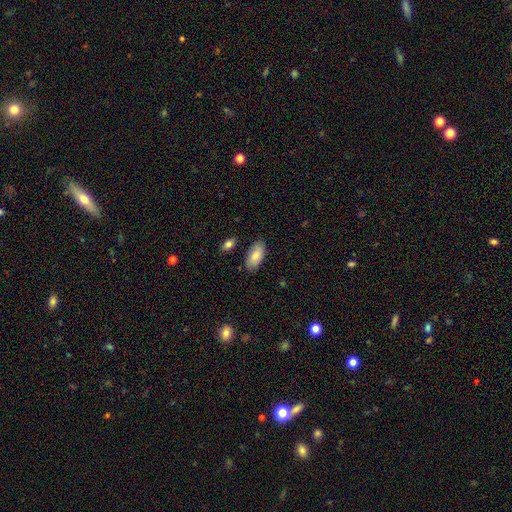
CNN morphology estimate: A smooth galaxy with no disk features (82%) that is in between round and cigar-shaped (92%). Merging: none (84%).